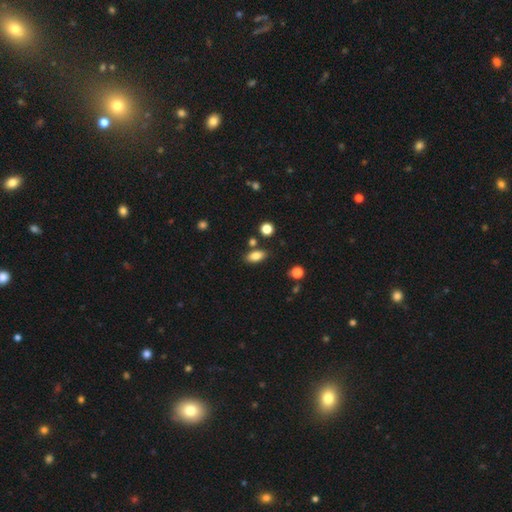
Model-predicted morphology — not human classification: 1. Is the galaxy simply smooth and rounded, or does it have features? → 83% smooth, 9% star or artifact, 8% featured or disk.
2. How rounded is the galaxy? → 87% in between, 7% cigar-shaped, 6% round.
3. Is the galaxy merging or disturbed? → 79% none, 12% minor disturbance, 7% merger, 3% major disturbance.